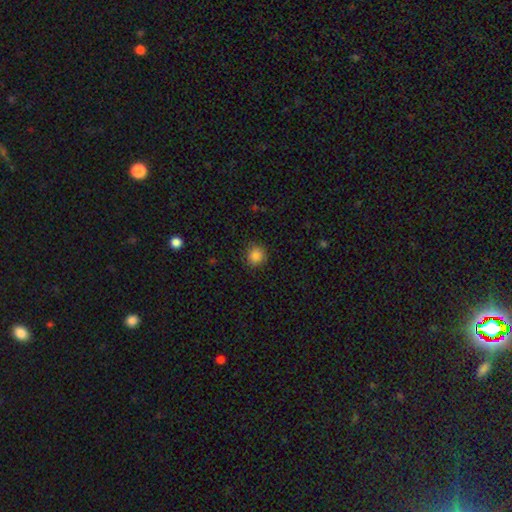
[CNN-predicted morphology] A smooth galaxy with no disk features (86%) that is round (90%).

Vote fractions:
- Smooth or featured? smooth: 86% / star or artifact: 11% / featured or disk: 3%
- How rounded? round: 90% / in between: 10% / cigar-shaped: 1%
- Merging? none: 89% / minor disturbance: 8% / major disturbance: 2% / merger: 1%